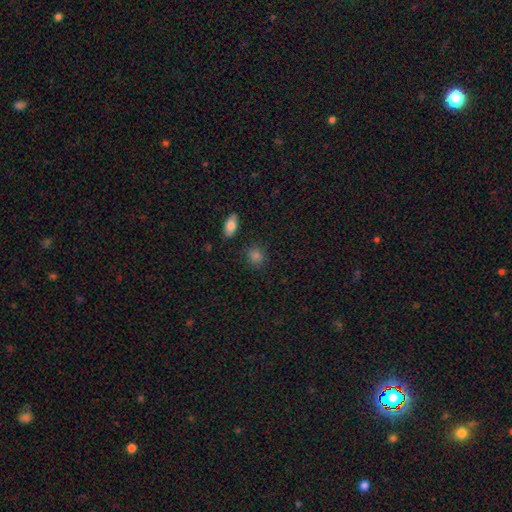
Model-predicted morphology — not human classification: A smooth galaxy with no disk features (82%) that is round (76%). Merging: none (86%).